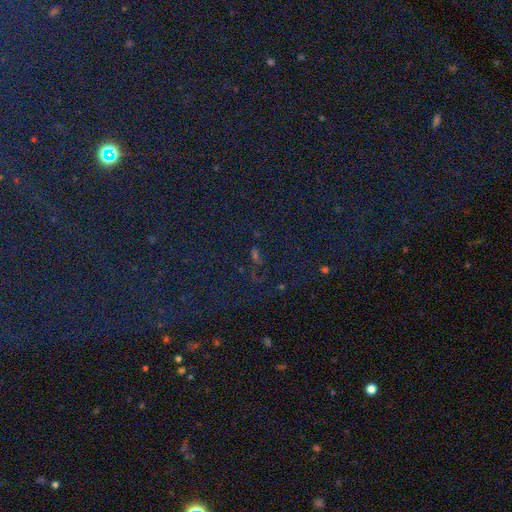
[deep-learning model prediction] Q: Smooth or featured?
A: star or artifact (71%); runner-up: smooth (18%)